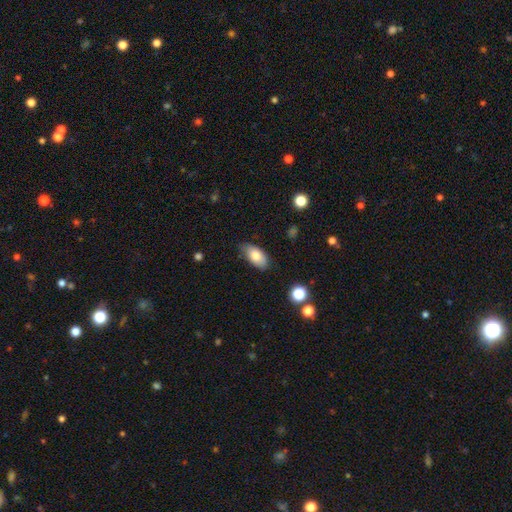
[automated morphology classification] Smooth or featured: smooth — 79% (featured or disk — 14%)
How rounded: in between — 92% (cigar-shaped — 4%)
Merging: none — 72% (minor disturbance — 23%)